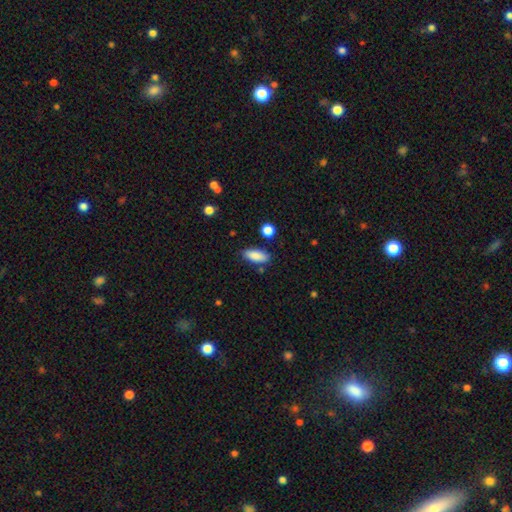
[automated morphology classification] type=smooth (88%); roundness=in between (81%); merging=none (82%).